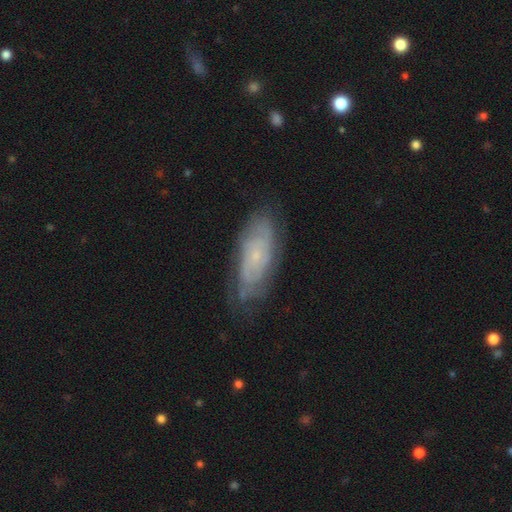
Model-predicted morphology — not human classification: Smooth or featured?
  - featured or disk: 72% *
  - smooth: 21%
  - star or artifact: 7%
Edge-on disk?
  - no: 90% *
  - yes: 10%
Bar?
  - no: 76% *
  - weak: 20%
  - strong: 4%
Spiral arms?
  - yes: 88% *
  - no: 12%
Spiral winding?
  - tight: 67% *
  - medium: 26%
  - loose: 8%
Spiral arm count?
  - can't tell: 50% *
  - 2: 25%
  - 3: 10%
  - 4: 7%
  - more than 4: 4%
  - 1: 4%
Bulge size?
  - small: 80% *
  - moderate: 13%
  - none: 5%
  - large: 1%
  - dominant: 1%
Merging?
  - none: 73% *
  - minor disturbance: 20%
  - major disturbance: 6%
  - merger: 1%